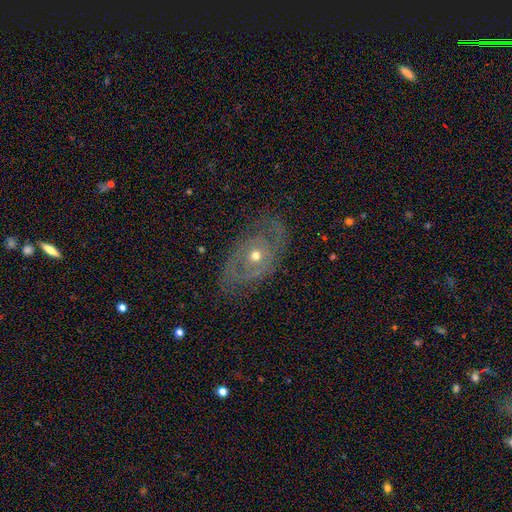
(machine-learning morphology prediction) Overall: featured or disk (72%). Edge-on disk: no (93%). Bar: no (84%). Spiral arms: yes (54%; no 46%). Bulge size: moderate (59%; small 37%). Merging: none (71%).